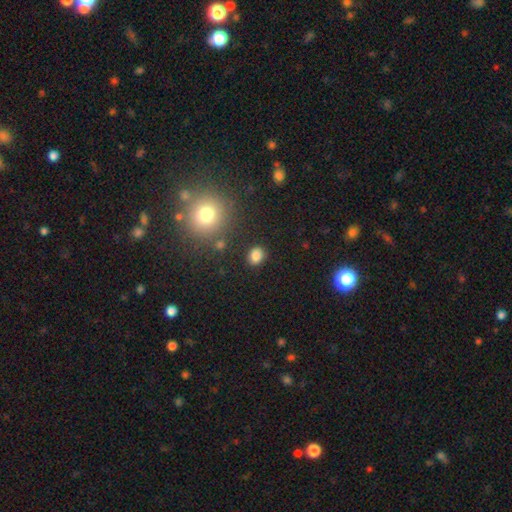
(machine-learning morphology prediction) A smooth galaxy with no disk features (83%) that is round (53%).

Vote fractions:
- Smooth or featured? smooth: 83% / star or artifact: 12% / featured or disk: 5%
- How rounded? round: 53% / in between: 46% / cigar-shaped: 1%
- Merging? none: 84% / minor disturbance: 10% / merger: 3% / major disturbance: 3%